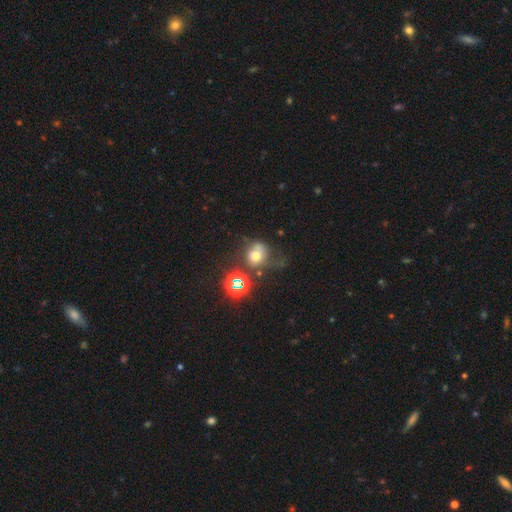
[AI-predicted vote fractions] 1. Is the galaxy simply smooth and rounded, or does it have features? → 59% smooth, 22% star or artifact, 19% featured or disk.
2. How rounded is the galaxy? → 72% round, 27% in between, 1% cigar-shaped.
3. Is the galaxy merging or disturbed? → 38% none, 25% minor disturbance, 25% major disturbance, 13% merger.